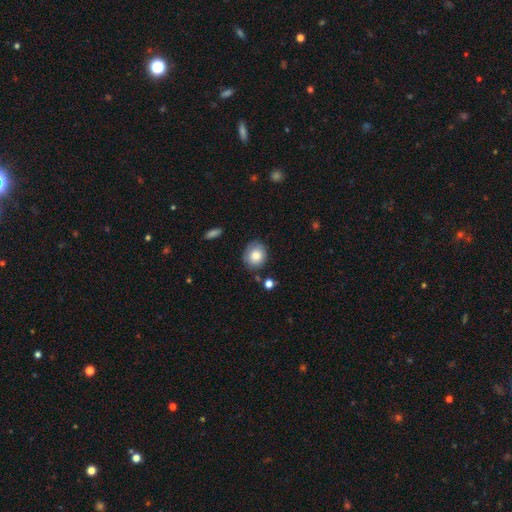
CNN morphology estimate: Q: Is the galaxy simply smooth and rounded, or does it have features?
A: smooth — 78%.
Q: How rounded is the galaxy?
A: round — 73%.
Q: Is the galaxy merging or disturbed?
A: none — 76%.